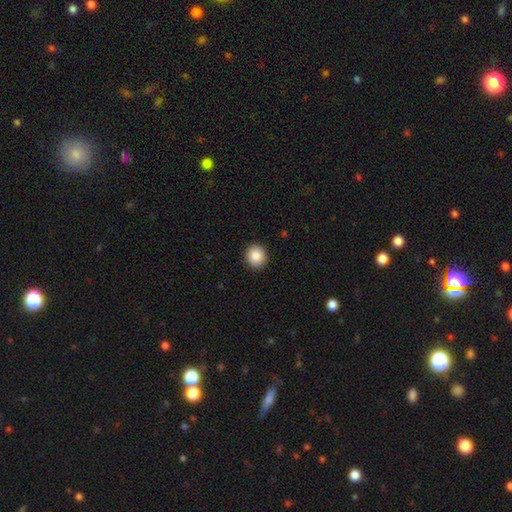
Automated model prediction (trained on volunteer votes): smooth_or_featured: smooth (p=0.86) [alt: star or artifact p=0.08]
how_rounded: round (p=0.87) [alt: in between p=0.12]
merging: none (p=0.92) [alt: minor disturbance p=0.05]